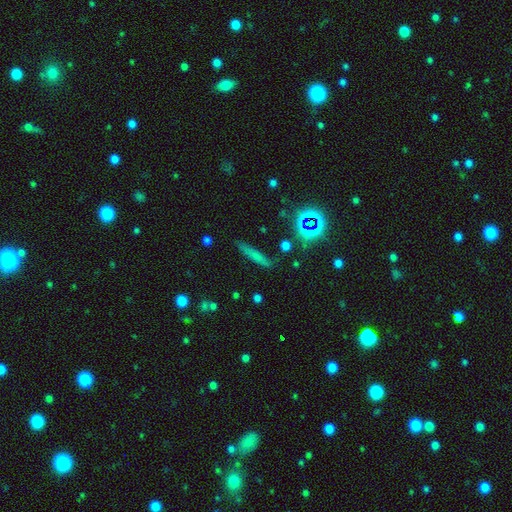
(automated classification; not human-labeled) Smooth or featured? Predicted: smooth (p=0.59). How rounded? Predicted: cigar-shaped (p=0.86). Merging? Predicted: none (p=0.78).